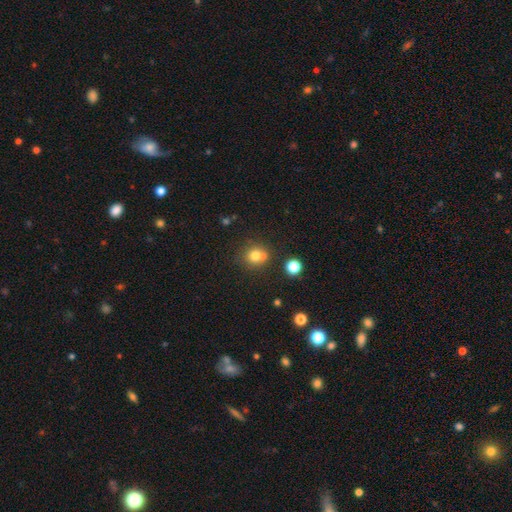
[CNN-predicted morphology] The model was most divided on "merging": none: 59%, merger: 27%, minor disturbance: 11%, major disturbance: 4%. More confident: how rounded — round (85%); smooth or featured — smooth (76%).